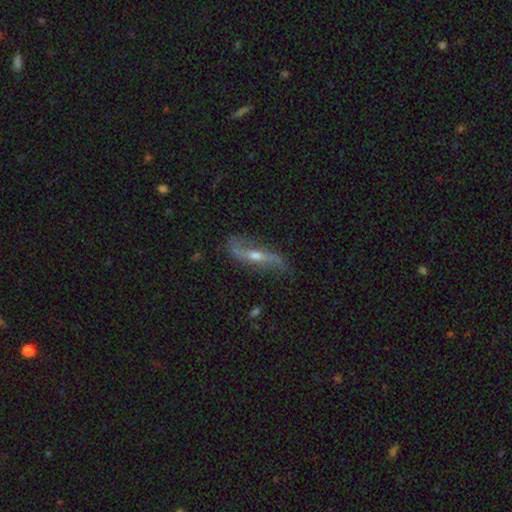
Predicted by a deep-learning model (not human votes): Smooth or featured? featured or disk (82%)
Edge-on disk? no (77%)
Bar? no (38%)
Spiral arms? yes (91%)
Spiral winding? loose (86%)
Spiral arm count? 2 (91%)
Bulge size? moderate (56%)
Merging? none (71%)